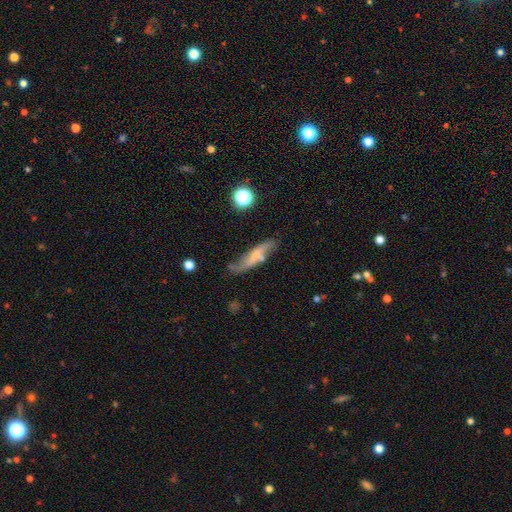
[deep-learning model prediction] Morphology: type=featured or disk (51%); edge-on=no (65%); merging=none (58%).